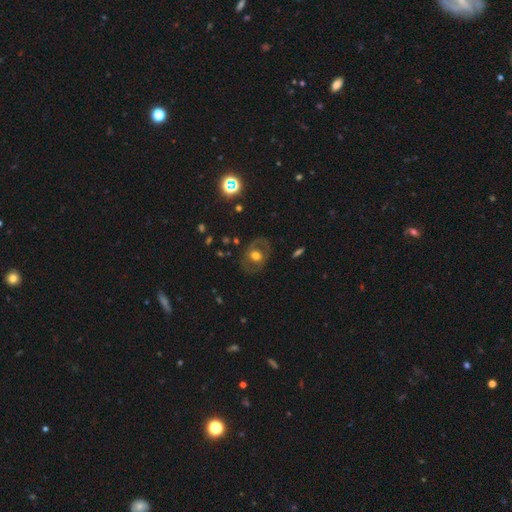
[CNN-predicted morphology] smooth-or-featured: featured or disk: 47% | smooth: 43% | star or artifact: 10%
  merging: none: 75% | minor disturbance: 15% | major disturbance: 9% | merger: 1%